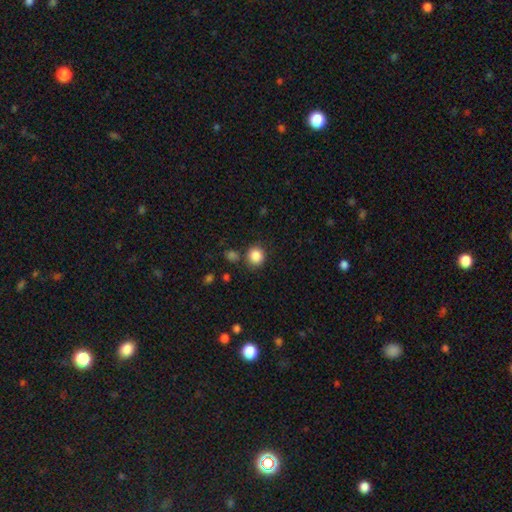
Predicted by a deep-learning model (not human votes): smooth-or-featured: smooth: 86% | star or artifact: 10% | featured or disk: 4%
  how-rounded: round: 85% | in between: 14% | cigar-shaped: 1%
  merging: none: 82% | minor disturbance: 10% | merger: 6% | major disturbance: 3%